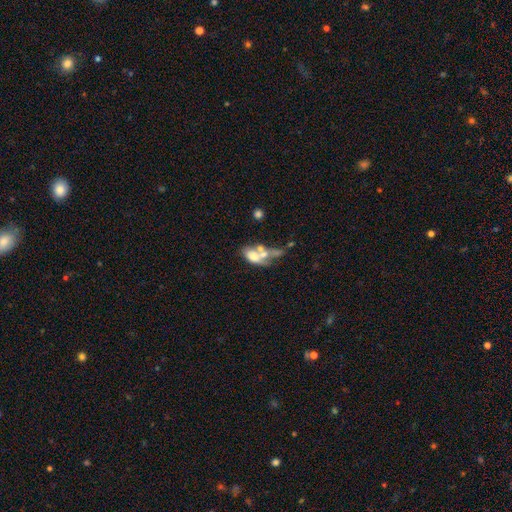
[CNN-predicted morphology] The model was most divided on "smooth or featured": smooth: 52%, featured or disk: 38%, star or artifact: 11%. More confident: how rounded — in between (83%); merging — merger (55%).